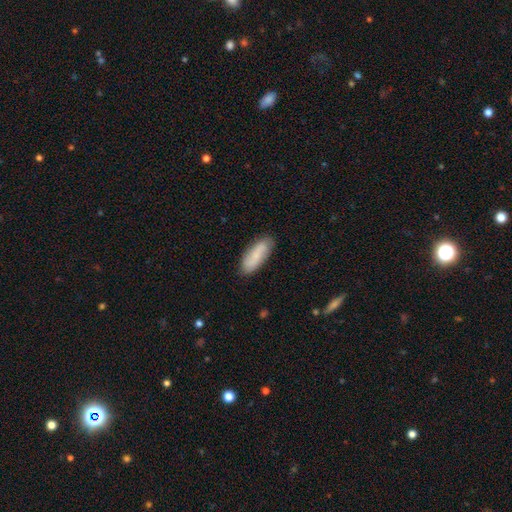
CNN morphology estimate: smooth 70%, featured or disk 24%, star or artifact 6%. Down the decision tree: how rounded — in between (69%); merging — none (84%).